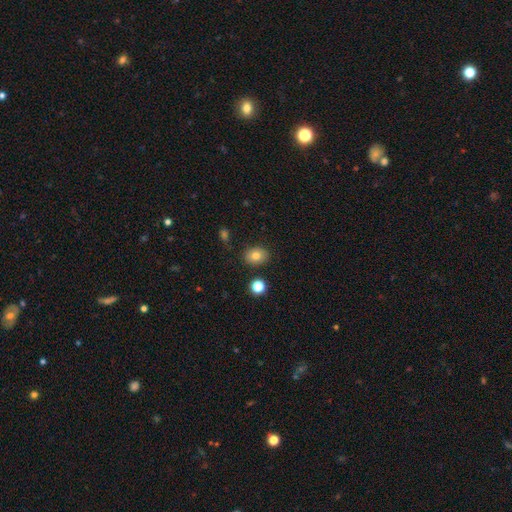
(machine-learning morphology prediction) The model was most divided on "how rounded": in between: 55%, round: 44%, cigar-shaped: 1%. More confident: merging — none (85%); smooth or featured — smooth (79%).